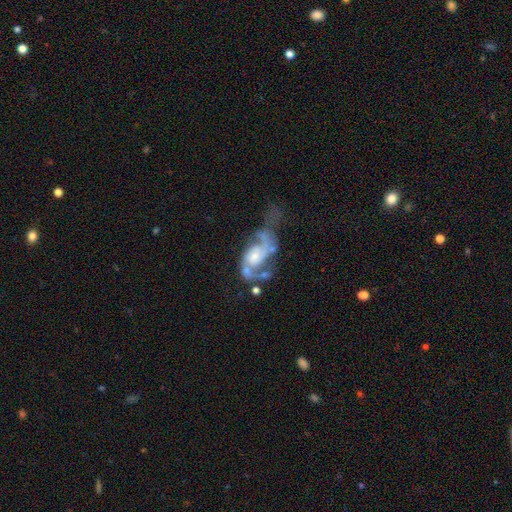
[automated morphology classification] Q: Smooth or featured?
A: featured or disk (88%); runner-up: smooth (7%)
Q: Edge-on disk?
A: no (97%); runner-up: yes (3%)
Q: Bar?
A: no (63%); runner-up: weak (29%)
Q: Spiral arms?
A: yes (96%); runner-up: no (4%)
Q: Spiral winding?
A: medium (46%); runner-up: loose (37%)
Q: Spiral arm count?
A: 2 (85%); runner-up: 1 (5%)
Q: Bulge size?
A: small (53%); runner-up: moderate (33%)
Q: Merging?
A: none (37%); runner-up: major disturbance (31%)